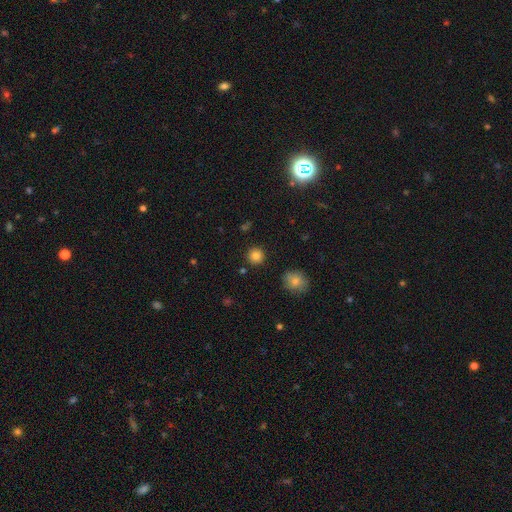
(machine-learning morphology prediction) Smooth or featured: smooth — 83% (star or artifact — 11%)
How rounded: round — 94% (in between — 5%)
Merging: none — 90% (minor disturbance — 6%)